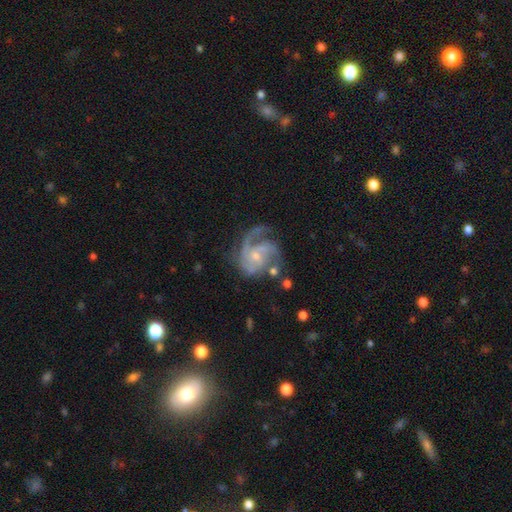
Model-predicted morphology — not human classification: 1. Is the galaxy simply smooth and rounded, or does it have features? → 86% featured or disk, 8% smooth, 6% star or artifact.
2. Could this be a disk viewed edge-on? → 98% no, 2% yes.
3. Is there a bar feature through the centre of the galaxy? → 60% no, 33% weak, 6% strong.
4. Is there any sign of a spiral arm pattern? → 96% yes, 4% no.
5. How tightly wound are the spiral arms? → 49% medium, 33% tight, 18% loose.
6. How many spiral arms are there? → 38% 3, 25% 2, 14% can't tell, 10% 1, 8% 4, 5% more than 4.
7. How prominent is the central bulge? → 65% small, 26% moderate, 6% none, 2% large, 1% dominant.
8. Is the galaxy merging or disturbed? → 50% none, 25% major disturbance, 21% minor disturbance, 5% merger.